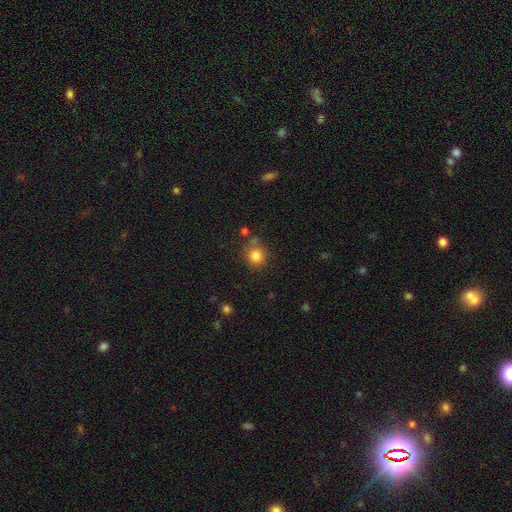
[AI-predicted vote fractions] Smooth or featured? smooth (82%)
How rounded? round (88%)
Merging? none (75%)